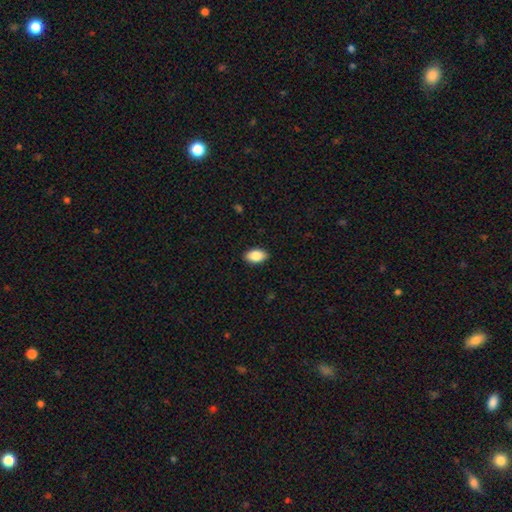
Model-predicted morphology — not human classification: The model was most divided on "smooth or featured": smooth: 87%, star or artifact: 7%, featured or disk: 6%. More confident: how rounded — in between (92%); merging — none (89%).